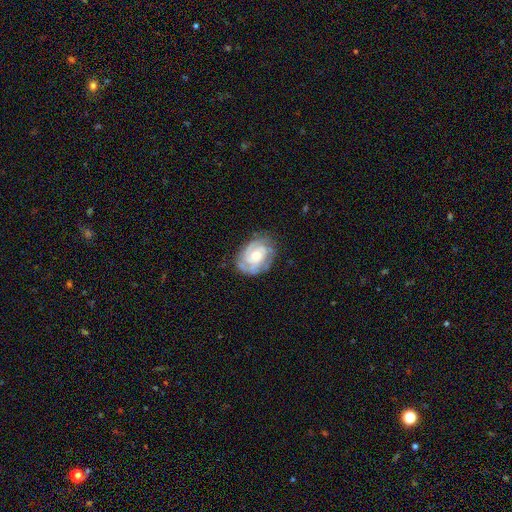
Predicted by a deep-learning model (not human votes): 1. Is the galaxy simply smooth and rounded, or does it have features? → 84% featured or disk, 11% smooth, 5% star or artifact.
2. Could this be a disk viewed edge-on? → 97% no, 3% yes.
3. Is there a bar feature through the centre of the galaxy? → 68% no, 27% weak, 6% strong.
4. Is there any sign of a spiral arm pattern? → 95% yes, 5% no.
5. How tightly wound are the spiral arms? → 66% tight, 28% medium, 6% loose.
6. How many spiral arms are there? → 33% 2, 28% 3, 24% can't tell, 6% 4, 5% 1, 4% more than 4.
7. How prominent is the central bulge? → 54% moderate, 40% small, 4% large, 2% none, 1% dominant.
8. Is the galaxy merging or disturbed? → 74% none, 19% minor disturbance, 6% major disturbance, 1% merger.